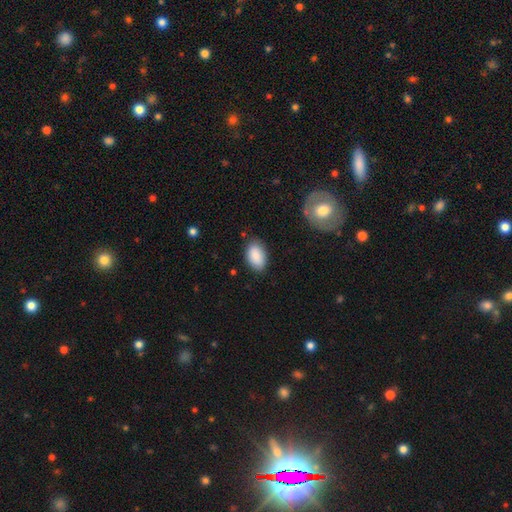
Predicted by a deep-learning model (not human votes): Smooth or featured? Predicted: smooth (p=0.88). How rounded? Predicted: in between (p=0.92). Merging? Predicted: none (p=0.81).